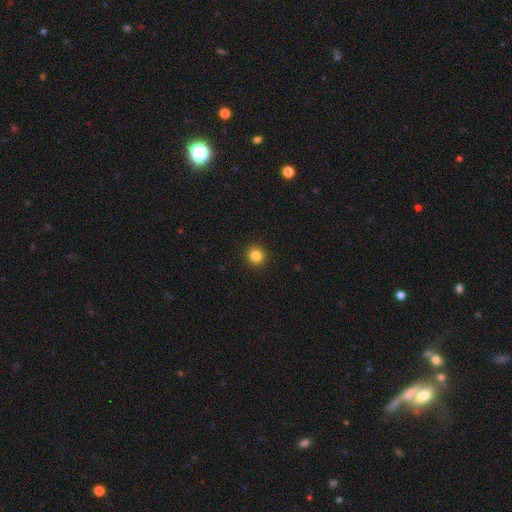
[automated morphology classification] Smooth or featured? Predicted: smooth (p=0.85). How rounded? Predicted: round (p=0.93). Merging? Predicted: none (p=0.93).